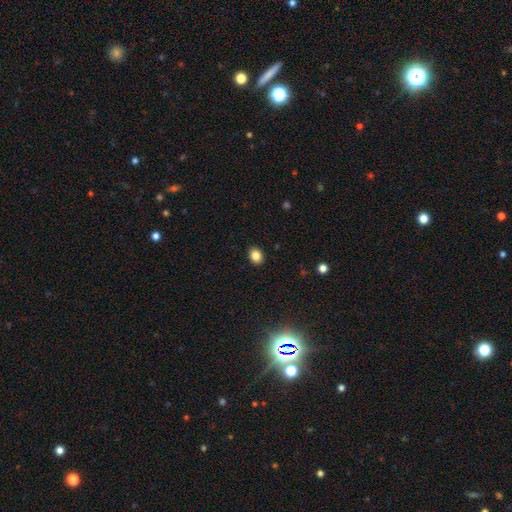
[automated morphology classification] smooth_or_featured: smooth (p=0.85) [alt: star or artifact p=0.10]
how_rounded: in between (p=0.60) [alt: round p=0.39]
merging: none (p=0.90) [alt: minor disturbance p=0.07]